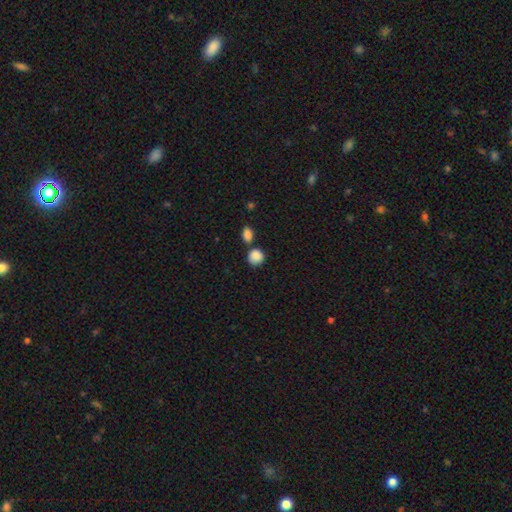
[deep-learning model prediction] The model was most divided on "merging": none: 62%, merger: 22%, minor disturbance: 12%, major disturbance: 4%. More confident: smooth or featured — smooth (88%); how rounded — round (81%).